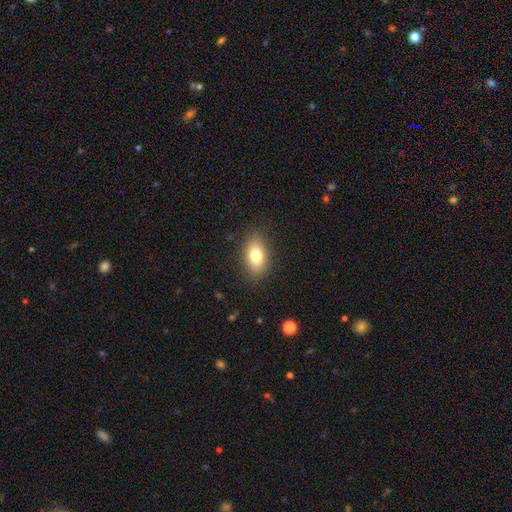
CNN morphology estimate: smooth-or-featured: smooth: 78% | featured or disk: 13% | star or artifact: 9%
  how-rounded: in between: 88% | round: 9% | cigar-shaped: 3%
  merging: none: 86% | minor disturbance: 10% | major disturbance: 3% | merger: 1%